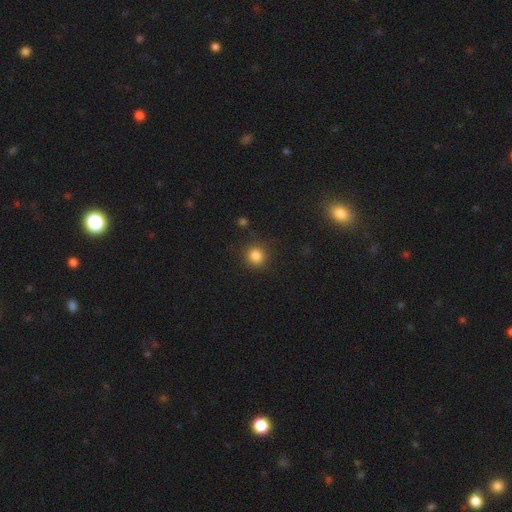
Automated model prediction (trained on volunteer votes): Smooth or featured? smooth (84%)
How rounded? round (91%)
Merging? none (86%)